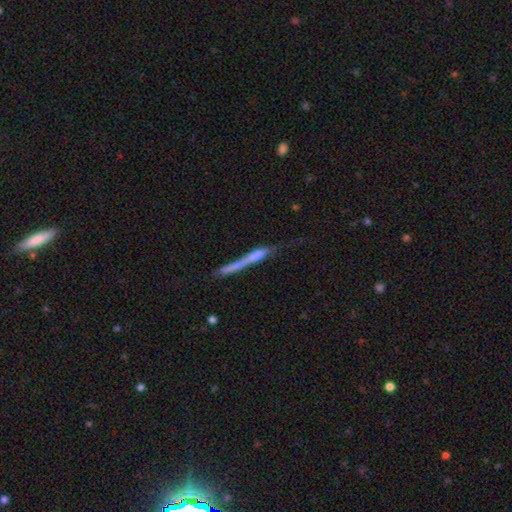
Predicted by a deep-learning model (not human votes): This appears to be a featured or disk galaxy (49%). Merging: none (42%).